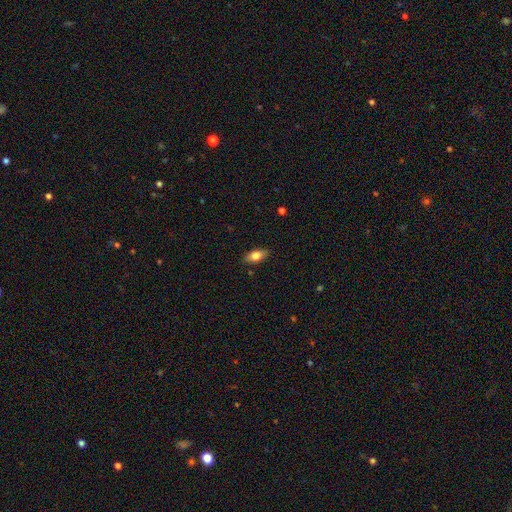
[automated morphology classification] smooth 76%, featured or disk 17%, star or artifact 7%. Down the decision tree: how rounded — in between (85%); merging — none (87%).